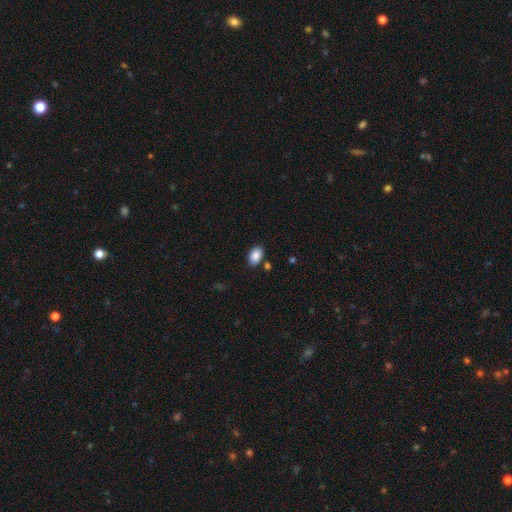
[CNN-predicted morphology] Overall: smooth (87%). How rounded: in between (87%). Merging: none (82%).